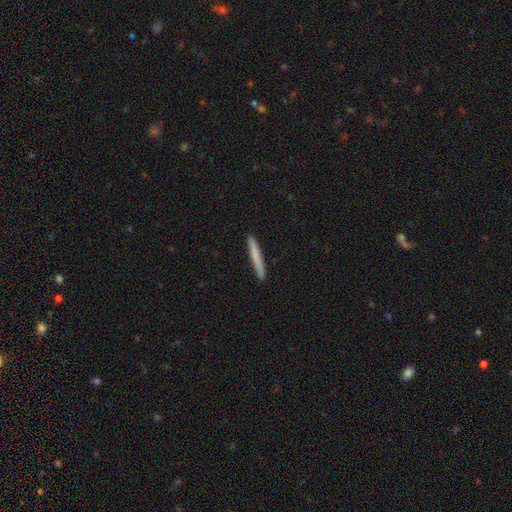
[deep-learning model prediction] Smooth or featured? smooth (73%)
How rounded? cigar-shaped (97%)
Merging? none (92%)